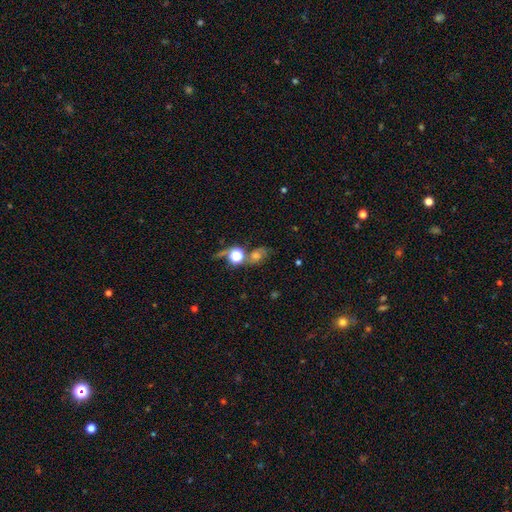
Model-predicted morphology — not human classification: smooth 40%, featured or disk 36%, star or artifact 24%. Down the decision tree: merging — none (47%).